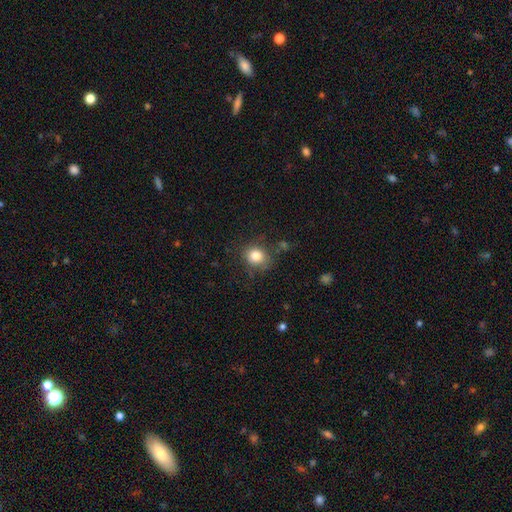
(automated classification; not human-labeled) Smooth or featured: smooth — 82% (star or artifact — 11%)
How rounded: round — 76% (in between — 24%)
Merging: none — 76% (minor disturbance — 16%)